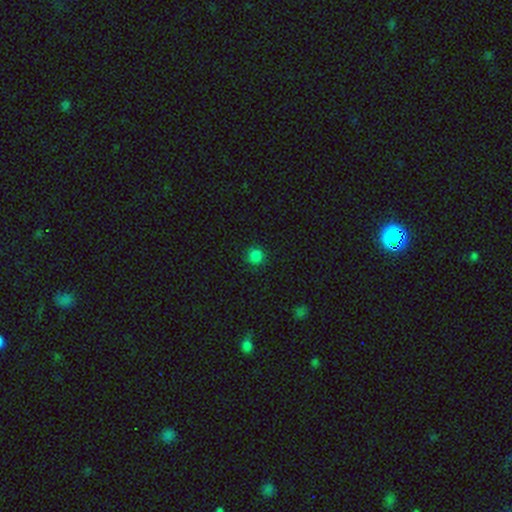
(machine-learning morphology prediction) Smooth or featured?
  - smooth: 84% *
  - star or artifact: 14%
  - featured or disk: 3%
How rounded?
  - round: 94% *
  - in between: 5%
  - cigar-shaped: 1%
Merging?
  - none: 89% *
  - minor disturbance: 7%
  - major disturbance: 2%
  - merger: 1%